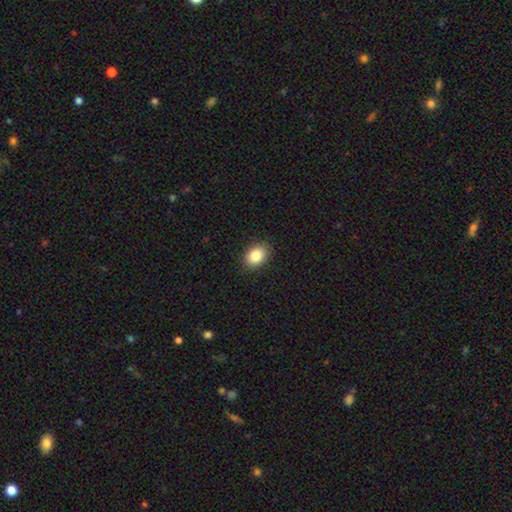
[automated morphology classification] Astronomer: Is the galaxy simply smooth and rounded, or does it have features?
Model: smooth — 86%.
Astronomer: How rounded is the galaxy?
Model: in between — 76%.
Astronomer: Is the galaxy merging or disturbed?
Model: none — 89%.